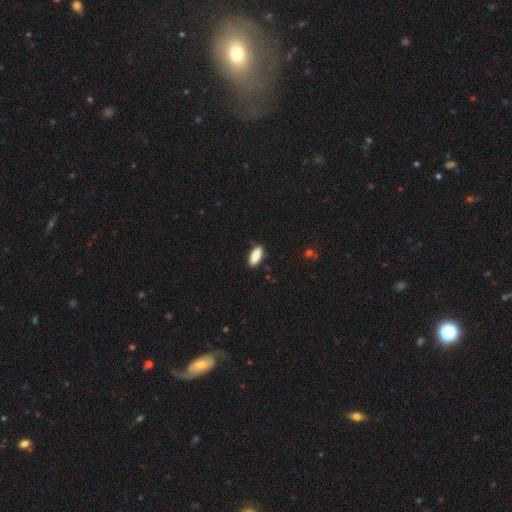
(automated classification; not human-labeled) This appears to be a smooth galaxy with no disk features (88%) that is in between round and cigar-shaped (84%). Merging: none (88%).